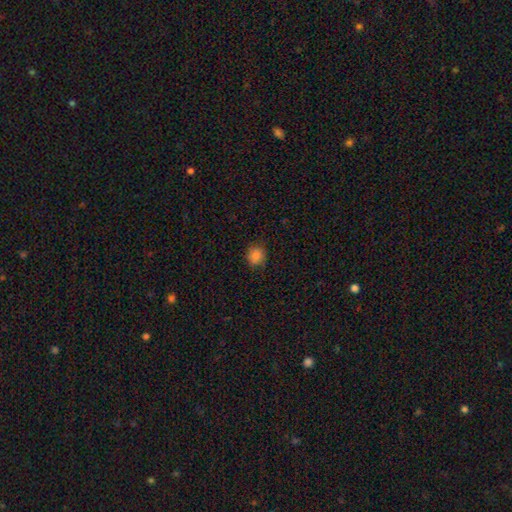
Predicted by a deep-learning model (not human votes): Q: Smooth or featured?
A: smooth (84%); runner-up: star or artifact (11%)
Q: How rounded?
A: round (81%); runner-up: in between (18%)
Q: Merging?
A: none (83%); runner-up: minor disturbance (13%)